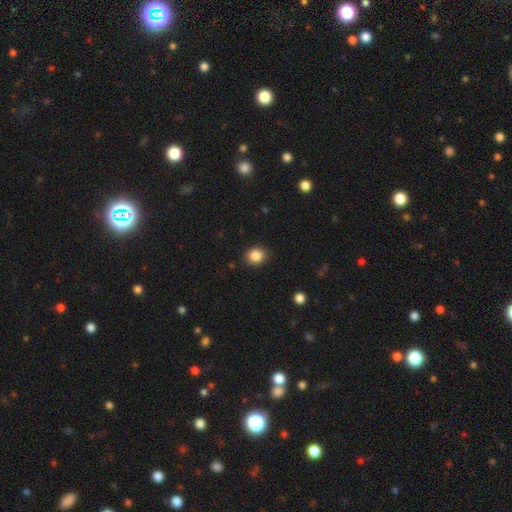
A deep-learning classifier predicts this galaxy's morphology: Smooth or featured? Predicted: smooth (p=0.86). How rounded? Predicted: round (p=0.72). Merging? Predicted: none (p=0.88).